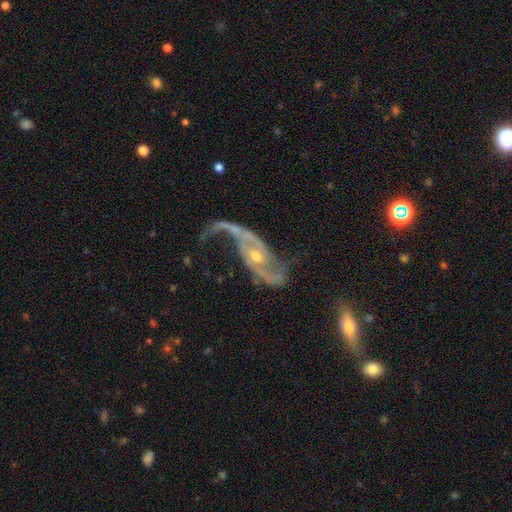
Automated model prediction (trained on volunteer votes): Smooth or featured? featured or disk (90%)
Edge-on disk? no (94%)
Bar? no (50%)
Spiral arms? yes (95%)
Spiral winding? loose (67%)
Spiral arm count? 2 (88%)
Bulge size? moderate (52%)
Merging? none (45%)